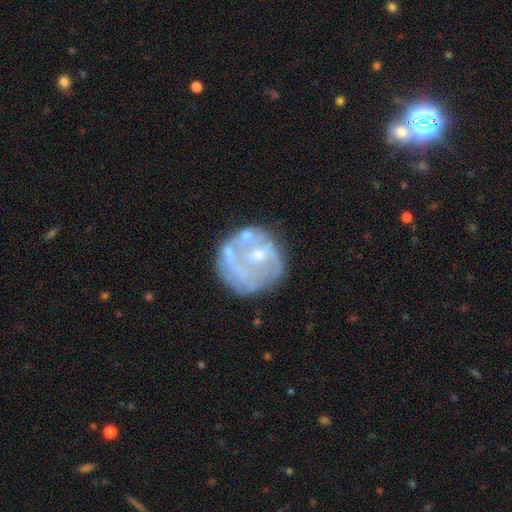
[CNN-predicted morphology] A featured or disk galaxy (66%) with no bar (73%), no spiral arms (66%) and a small central bulge (43%).

Vote fractions:
- Smooth or featured? featured or disk: 66% / smooth: 24% / star or artifact: 10%
- Edge-on disk? no: 98% / yes: 2%
- Bar? no: 73% / weak: 22% / strong: 6%
- Spiral arms? no: 66% / yes: 34%
- Bulge size? small: 43% / moderate: 29% / none: 25% / large: 2% / dominant: 1%
- Merging? none: 56% / minor disturbance: 19% / major disturbance: 16% / merger: 9%